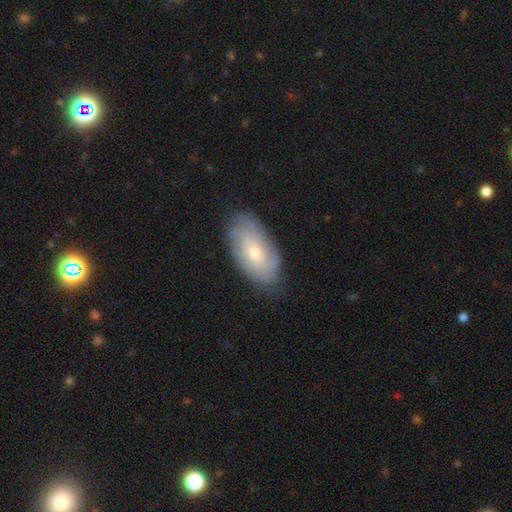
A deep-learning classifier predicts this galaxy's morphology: Smooth or featured? featured or disk (53%)
Edge-on disk? no (90%)
Merging? none (81%)